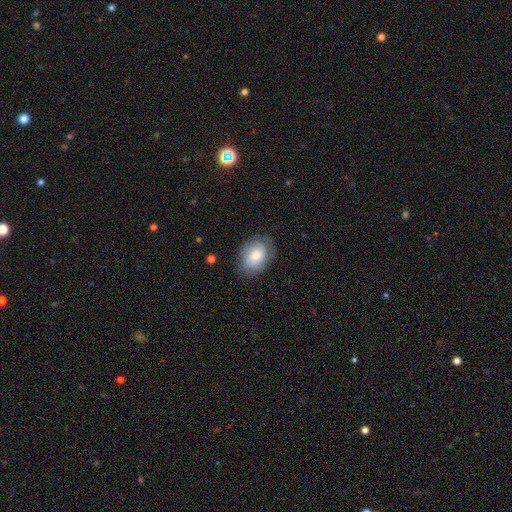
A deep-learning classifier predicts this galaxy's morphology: smooth 55%, featured or disk 38%, star or artifact 7%. Down the decision tree: how rounded — in between (74%); merging — none (70%).